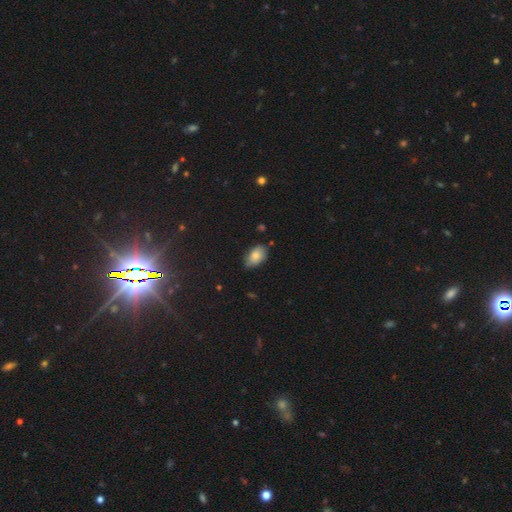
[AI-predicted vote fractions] A smooth galaxy with no disk features (80%) that is in between round and cigar-shaped (90%).

Vote fractions:
- Smooth or featured? smooth: 80% / featured or disk: 12% / star or artifact: 9%
- How rounded? in between: 90% / round: 8% / cigar-shaped: 2%
- Merging? none: 72% / minor disturbance: 22% / major disturbance: 3% / merger: 2%